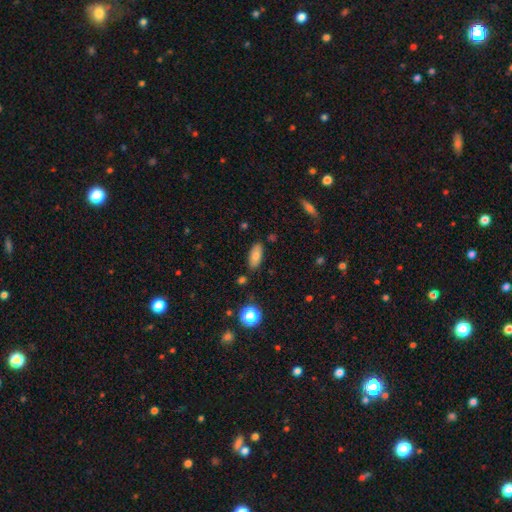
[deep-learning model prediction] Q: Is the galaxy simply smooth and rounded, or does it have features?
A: smooth — 78%.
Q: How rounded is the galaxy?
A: in between — 85%.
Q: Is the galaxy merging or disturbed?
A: none — 82%.